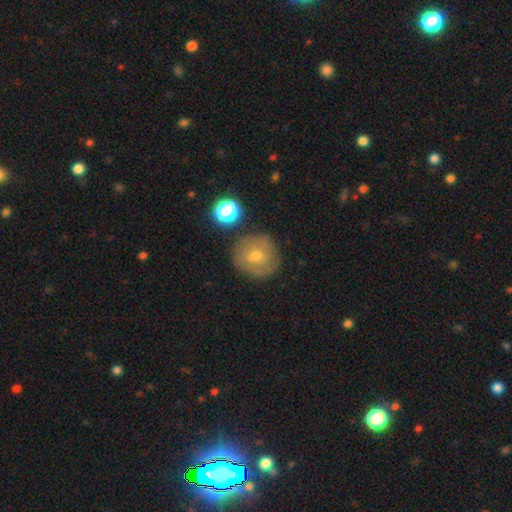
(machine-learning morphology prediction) Smooth or featured?
  - smooth: 52% *
  - featured or disk: 36%
  - star or artifact: 12%
How rounded?
  - round: 89% *
  - in between: 10%
  - cigar-shaped: 1%
Merging?
  - none: 77% *
  - minor disturbance: 13%
  - merger: 5%
  - major disturbance: 5%